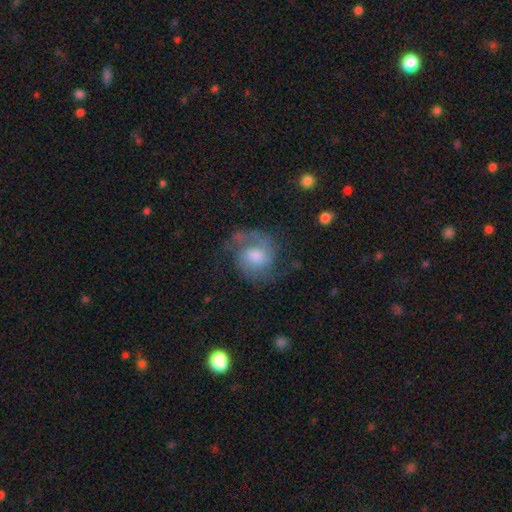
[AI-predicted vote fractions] Morphology: type=featured or disk (77%); edge-on=no (98%); bar=no (53%); spiral arms=yes (95%); winding=medium (52%); arm count=2 (82%); bulge=moderate (54%); merging=none (66%).